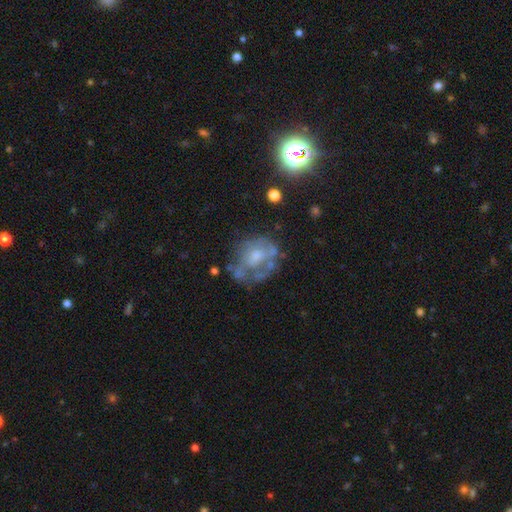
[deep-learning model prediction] Q: Smooth or featured?
A: featured or disk (57%); runner-up: smooth (27%)
Q: Edge-on disk?
A: no (97%); runner-up: yes (3%)
Q: Bar?
A: no (81%); runner-up: weak (16%)
Q: Spiral arms?
A: no (74%); runner-up: yes (26%)
Q: Bulge size?
A: moderate (43%); runner-up: small (34%)
Q: Merging?
A: none (46%); runner-up: major disturbance (23%)